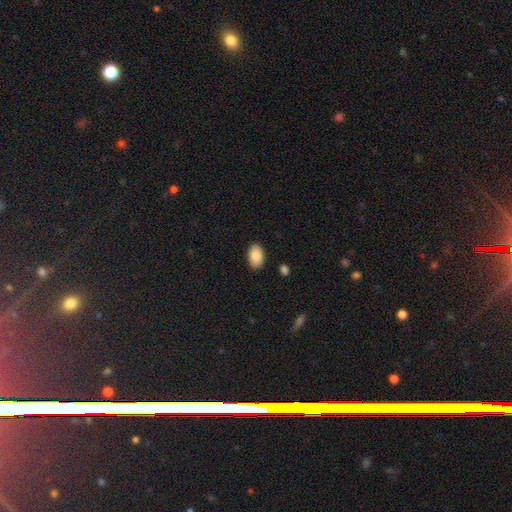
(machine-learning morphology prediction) Smooth or featured: smooth — 89% (star or artifact — 7%)
How rounded: in between — 93% (round — 6%)
Merging: none — 87% (minor disturbance — 9%)